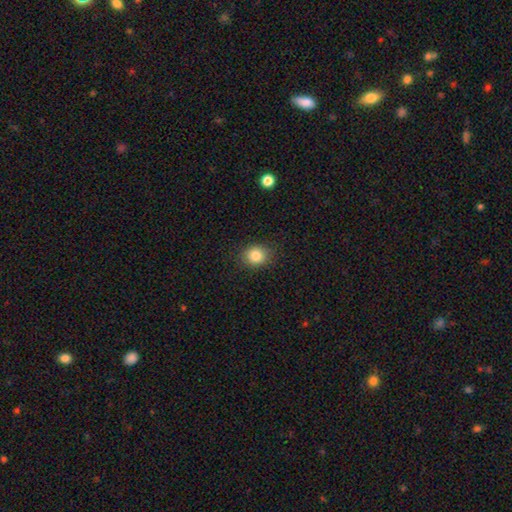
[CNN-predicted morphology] smooth 83%, star or artifact 10%, featured or disk 6%. Down the decision tree: how rounded — round (65%); merging — none (87%).